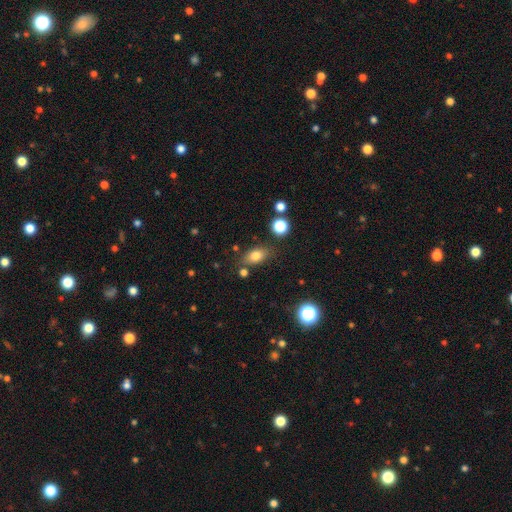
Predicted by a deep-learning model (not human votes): This appears to be a smooth galaxy with no disk features (79%) that is in between round and cigar-shaped (82%). Merging: none (77%).